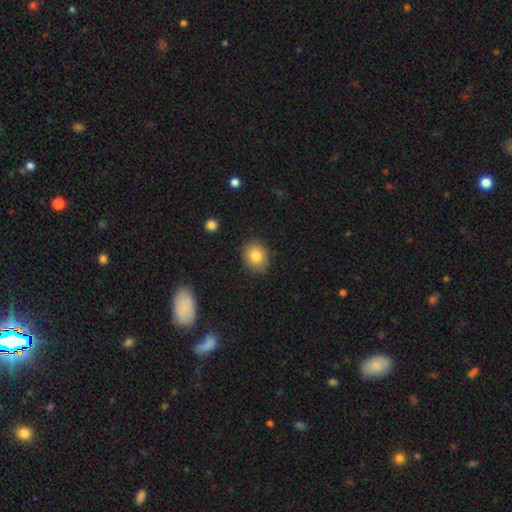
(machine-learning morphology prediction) smooth-or-featured: smooth: 82% | star or artifact: 9% | featured or disk: 9%
  how-rounded: round: 65% | in between: 34% | cigar-shaped: 1%
  merging: none: 87% | minor disturbance: 9% | major disturbance: 2% | merger: 1%